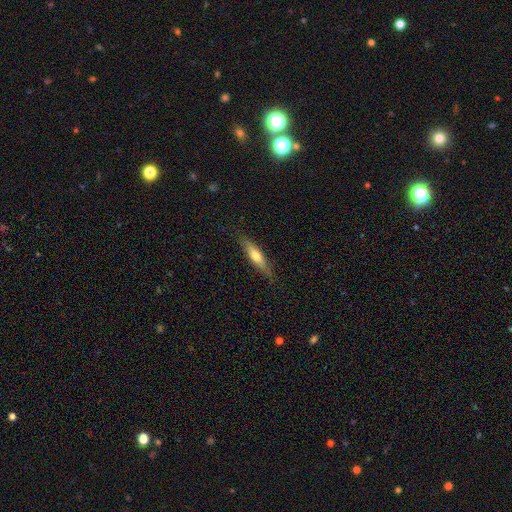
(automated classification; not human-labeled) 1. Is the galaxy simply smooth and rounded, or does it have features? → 52% smooth, 42% featured or disk, 6% star or artifact.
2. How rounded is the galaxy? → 78% cigar-shaped, 20% in between, 2% round.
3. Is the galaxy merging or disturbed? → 83% none, 13% minor disturbance, 2% major disturbance, 1% merger.